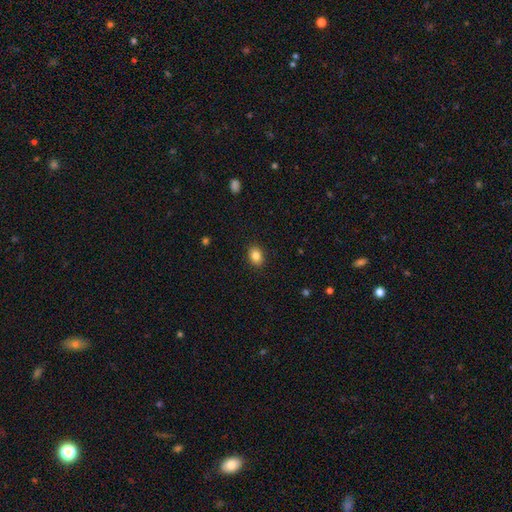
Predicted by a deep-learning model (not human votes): smooth 85%, star or artifact 9%, featured or disk 6%. Down the decision tree: how rounded — in between (70%); merging — none (89%).